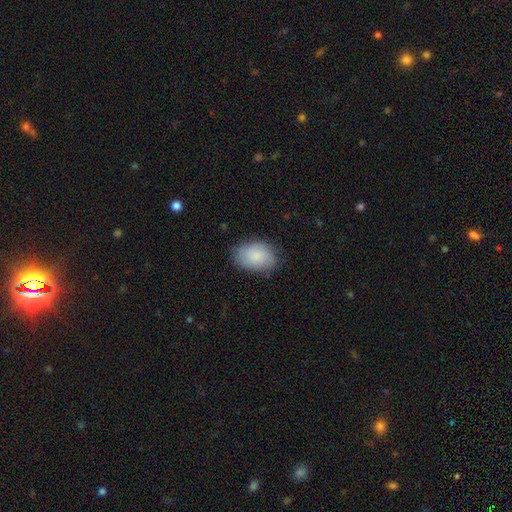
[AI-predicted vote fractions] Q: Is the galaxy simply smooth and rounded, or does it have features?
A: smooth — 80%.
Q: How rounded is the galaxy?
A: in between — 80%.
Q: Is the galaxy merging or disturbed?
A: none — 78%.